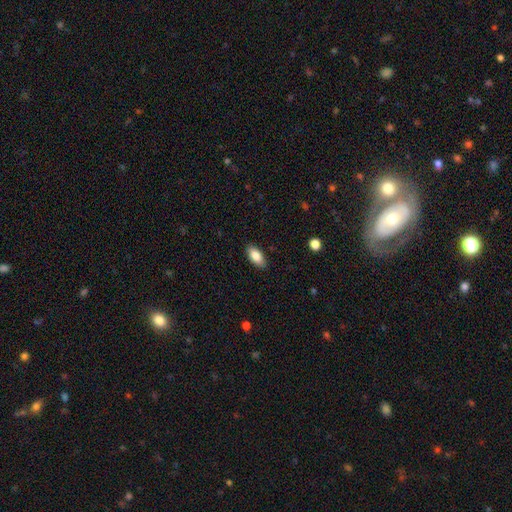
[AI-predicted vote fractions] This is clearly a smooth galaxy (84%). How rounded: clearly in between (90%). Merging: clearly none (88%).